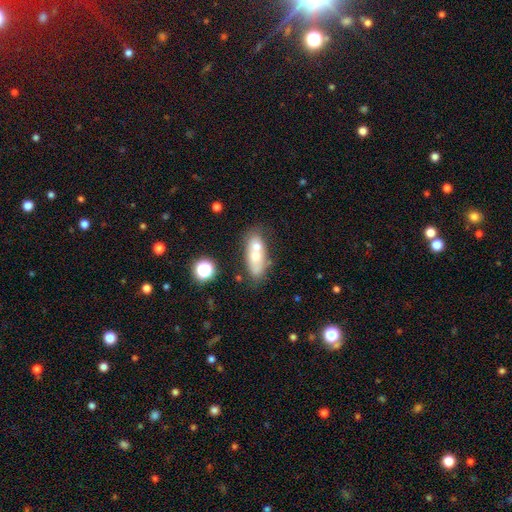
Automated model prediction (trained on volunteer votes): This appears to be a smooth galaxy with no disk features (57%) that is in between round and cigar-shaped (74%). Merging: merger (44%).